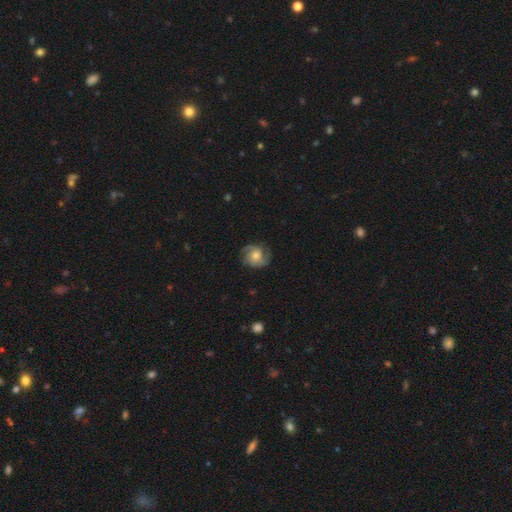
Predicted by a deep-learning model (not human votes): This is likely a featured or disk galaxy (68%). It is clearly not viewed edge-on (98%). Bar: likely no (73%). Spiral arm pattern: clearly yes (93%). Spiral arm count: possibly 2 (58%). Spiral winding: marginally medium (45%). Central bulge: possibly moderate (56%). Merging: likely none (76%).